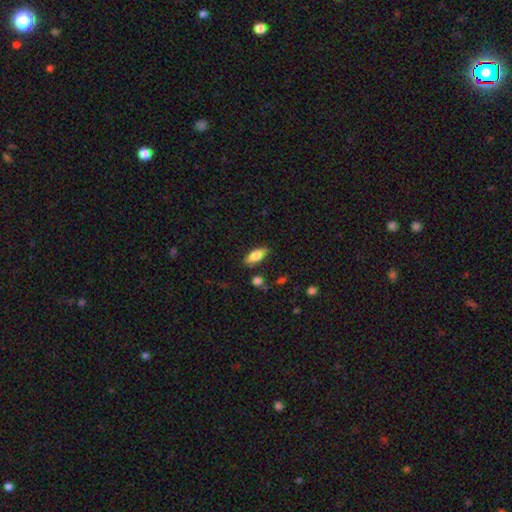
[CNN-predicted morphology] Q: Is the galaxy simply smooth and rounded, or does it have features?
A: smooth — 73%.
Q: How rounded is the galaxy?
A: in between — 79%.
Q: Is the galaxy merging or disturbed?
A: none — 81%.